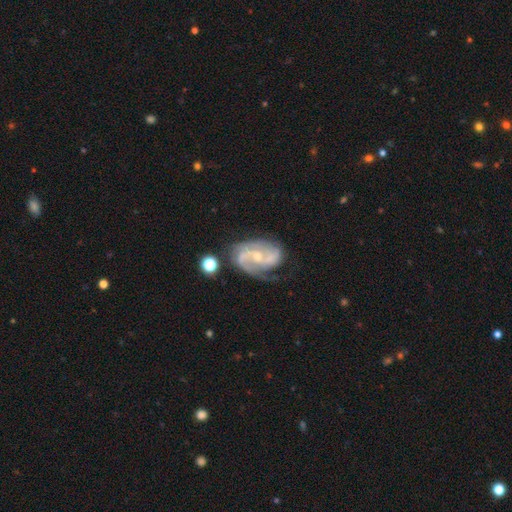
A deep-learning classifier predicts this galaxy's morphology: smooth-or-featured: featured or disk: 88% | smooth: 6% | star or artifact: 6%
  disk-edge-on: no: 97% | yes: 3%
    bar: no: 46% | weak: 39% | strong: 14%
    has-spiral-arms: yes: 97% | no: 3%
      spiral-winding: medium: 51% | tight: 29% | loose: 21%
      spiral-arm-count: 2: 70% | 3: 13% | can't tell: 9% | 1: 4% | 4: 3% | more than 4: 2%
    bulge-size: small: 59% | moderate: 36% | none: 2% | large: 1% | dominant: 1%
  merging: none: 62% | minor disturbance: 23% | major disturbance: 11% | merger: 5%